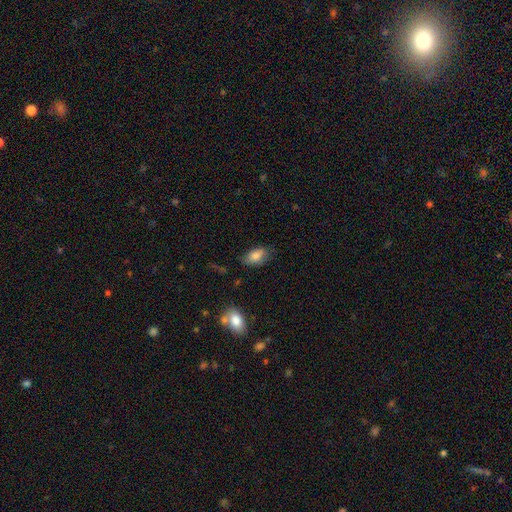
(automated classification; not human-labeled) A smooth galaxy with no disk features (82%) that is in between round and cigar-shaped (91%).

Vote fractions:
- Smooth or featured? smooth: 82% / featured or disk: 11% / star or artifact: 8%
- How rounded? in between: 91% / round: 6% / cigar-shaped: 2%
- Merging? none: 72% / minor disturbance: 21% / major disturbance: 4% / merger: 2%